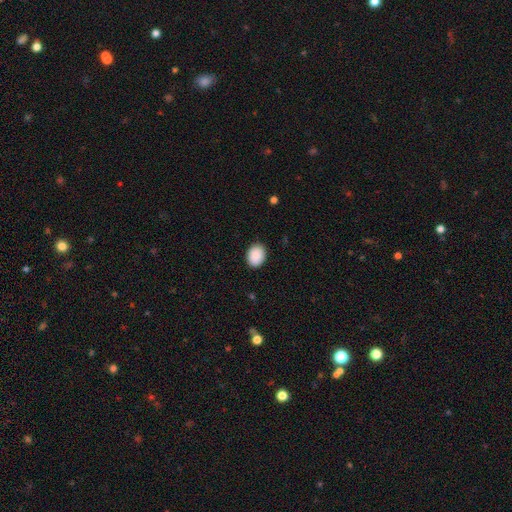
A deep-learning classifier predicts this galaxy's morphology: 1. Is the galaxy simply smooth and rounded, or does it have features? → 90% smooth, 7% star or artifact, 3% featured or disk.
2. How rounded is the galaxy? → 61% in between, 38% round, 1% cigar-shaped.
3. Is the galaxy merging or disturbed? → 89% none, 8% minor disturbance, 2% major disturbance, 1% merger.